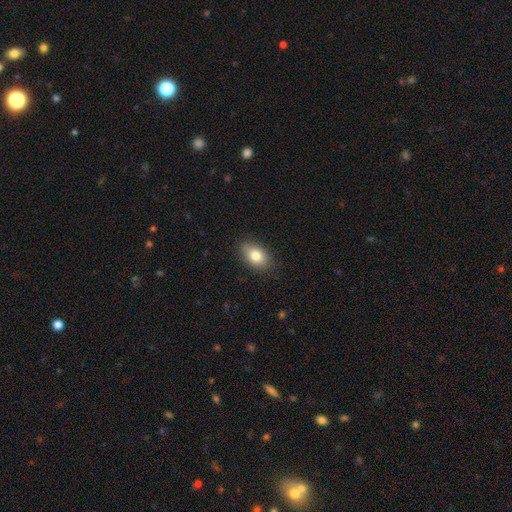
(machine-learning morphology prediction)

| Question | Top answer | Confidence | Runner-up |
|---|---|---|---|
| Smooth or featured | smooth | 81% | featured or disk (11%) |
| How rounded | in between | 86% | round (12%) |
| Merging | none | 85% | minor disturbance (12%) |